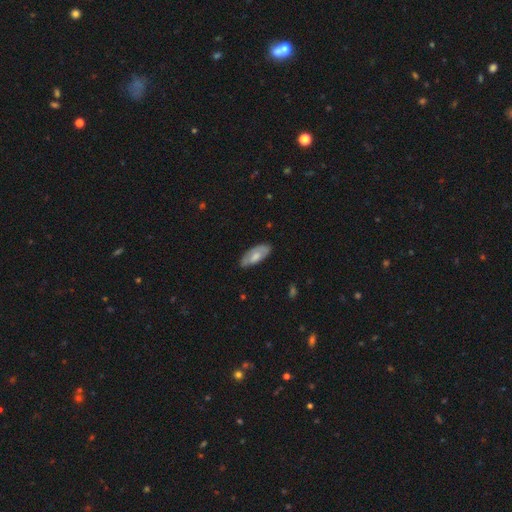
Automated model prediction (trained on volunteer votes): A smooth galaxy with no disk features (61%) that is in between round and cigar-shaped (84%).

Vote fractions:
- Smooth or featured? smooth: 61% / featured or disk: 34% / star or artifact: 6%
- How rounded? in between: 84% / cigar-shaped: 14% / round: 2%
- Merging? none: 76% / minor disturbance: 19% / major disturbance: 4% / merger: 1%